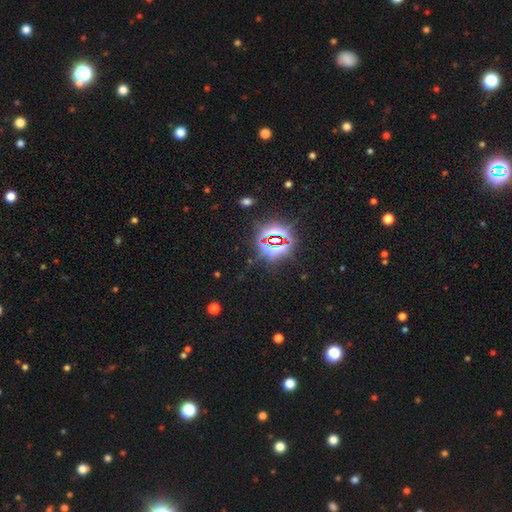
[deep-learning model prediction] A star or artifact, not a galaxy (81%).

Vote fractions:
- Smooth or featured? star or artifact: 81% / smooth: 12% / featured or disk: 7%